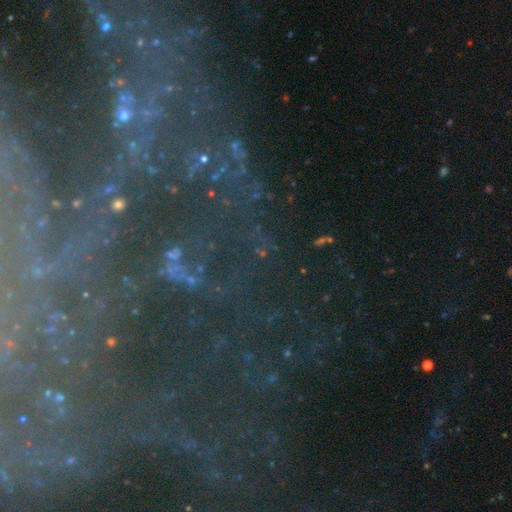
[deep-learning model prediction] Smooth or featured? Predicted: star or artifact (p=0.46).